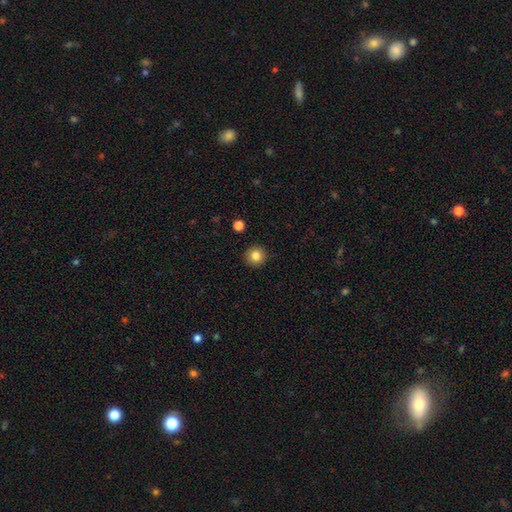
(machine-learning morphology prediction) This is clearly a smooth galaxy (84%). How rounded: clearly round (95%). Merging: clearly none (93%).